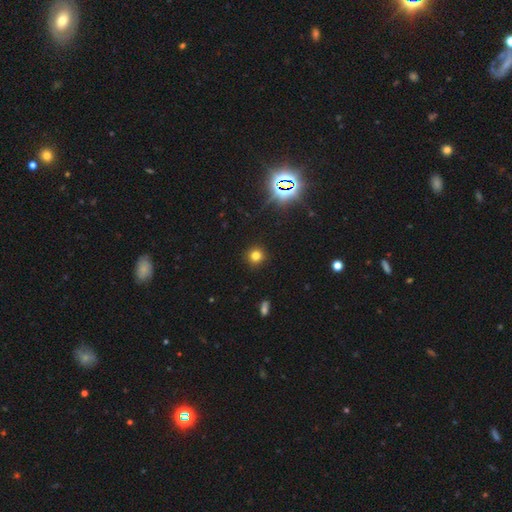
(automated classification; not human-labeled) This appears to be a smooth galaxy with no disk features (75%) that is round (93%). Merging: none (91%).